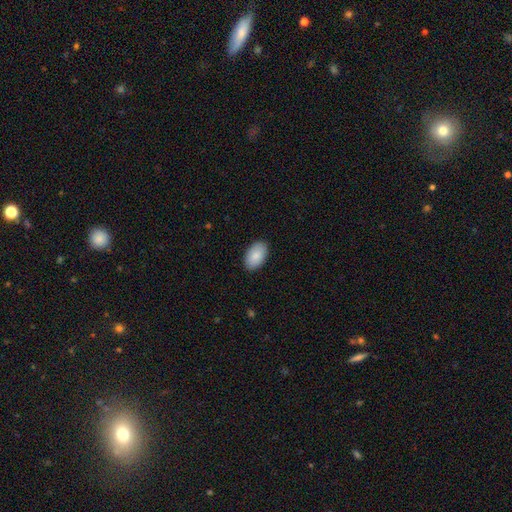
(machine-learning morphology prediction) This is clearly a smooth galaxy (88%). How rounded: clearly in between (94%). Merging: clearly none (89%).